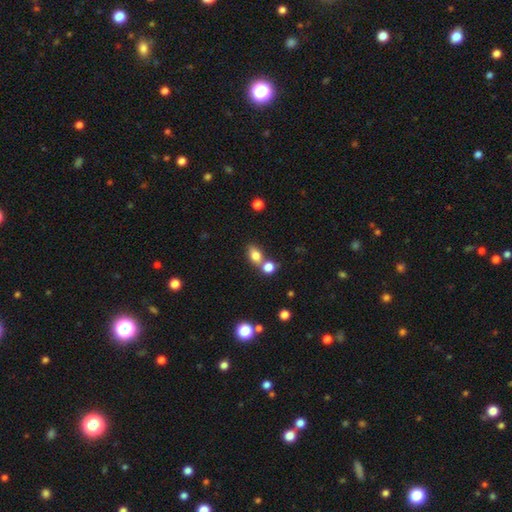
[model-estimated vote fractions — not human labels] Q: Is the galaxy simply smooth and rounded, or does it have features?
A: smooth — 80%.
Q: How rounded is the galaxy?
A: in between — 74%.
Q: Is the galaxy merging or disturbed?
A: none — 50%.